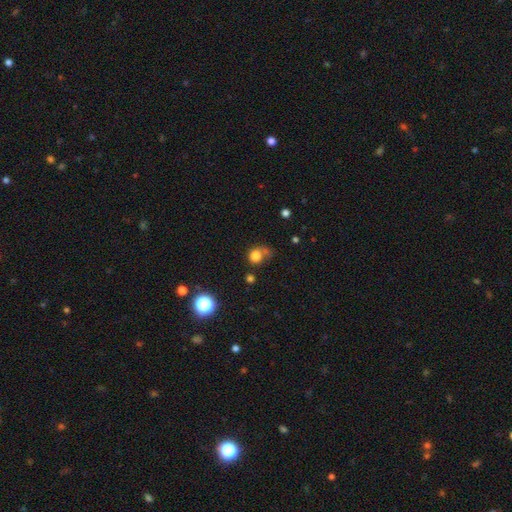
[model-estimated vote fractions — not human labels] smooth_or_featured: smooth (p=0.78) [alt: star or artifact p=0.13]
how_rounded: round (p=0.80) [alt: in between p=0.19]
merging: none (p=0.45) [alt: minor disturbance p=0.20]